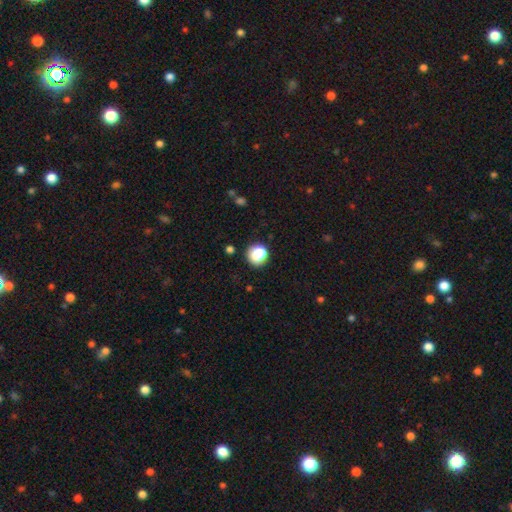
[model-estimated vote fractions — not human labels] Q: Smooth or featured?
A: smooth (81%); runner-up: star or artifact (11%)
Q: How rounded?
A: round (83%); runner-up: in between (16%)
Q: Merging?
A: none (71%); runner-up: minor disturbance (18%)